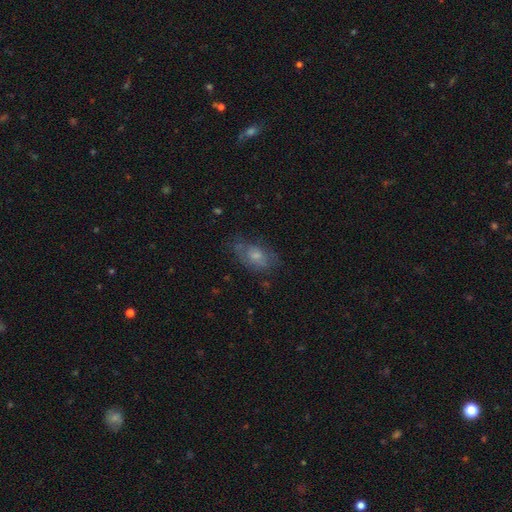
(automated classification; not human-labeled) This is possibly a smooth galaxy (51%). How rounded: clearly in between (86%). Merging: possibly none (59%).